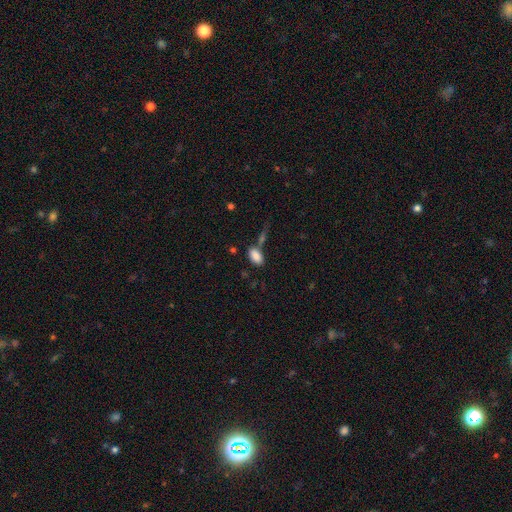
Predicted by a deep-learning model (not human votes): Smooth or featured? smooth (87%)
How rounded? in between (93%)
Merging? none (63%)